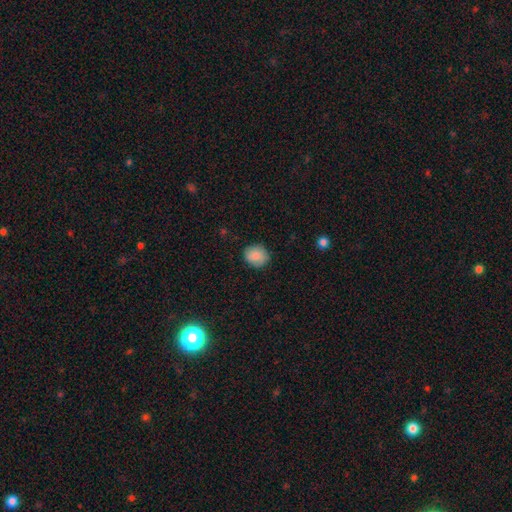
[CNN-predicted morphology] A smooth galaxy with no disk features (86%) that is round (73%).

Vote fractions:
- Smooth or featured? smooth: 86% / star or artifact: 7% / featured or disk: 7%
- How rounded? round: 73% / in between: 26% / cigar-shaped: 1%
- Merging? none: 84% / minor disturbance: 12% / major disturbance: 3% / merger: 1%